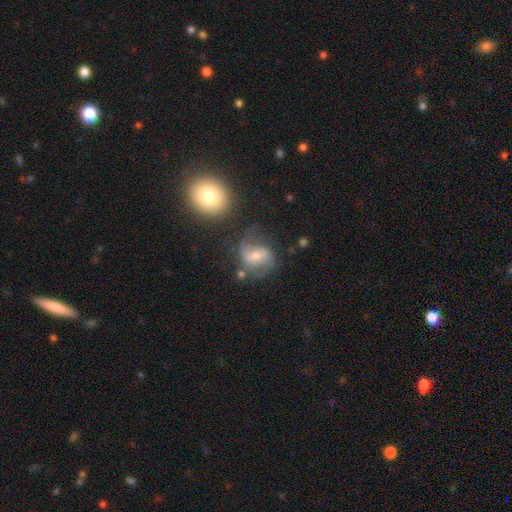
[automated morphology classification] Smooth or featured?
  - featured or disk: 69% *
  - smooth: 22%
  - star or artifact: 9%
Edge-on disk?
  - no: 97% *
  - yes: 3%
Bar?
  - weak: 42% *
  - no: 32%
  - strong: 25%
Spiral arms?
  - yes: 88% *
  - no: 12%
Spiral winding?
  - loose: 44% *
  - medium: 43%
  - tight: 14%
Spiral arm count?
  - 2: 81% *
  - 1: 8%
  - can't tell: 7%
  - 3: 2%
  - 4: 1%
  - more than 4: 1%
Bulge size?
  - moderate: 49% *
  - small: 44%
  - large: 3%
  - none: 2%
  - dominant: 1%
Merging?
  - none: 53% *
  - minor disturbance: 21%
  - major disturbance: 18%
  - merger: 8%